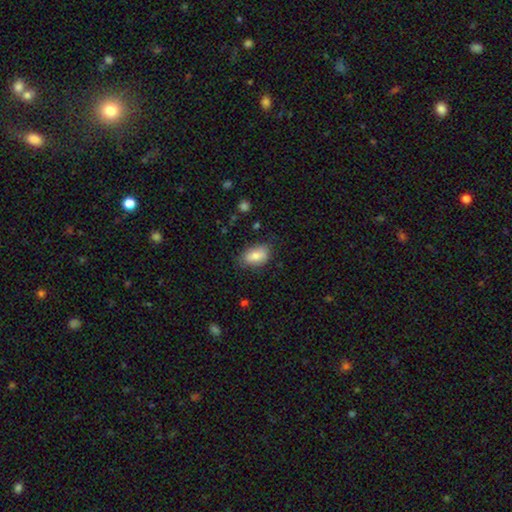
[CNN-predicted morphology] type=smooth (78%); roundness=in between (89%); merging=none (74%).